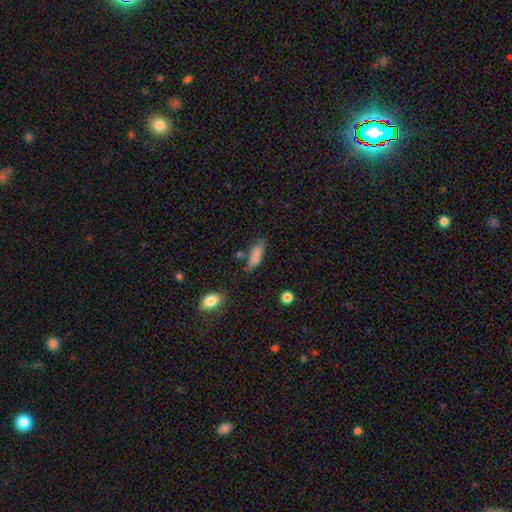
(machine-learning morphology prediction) Smooth or featured: smooth — 81% (featured or disk — 10%)
How rounded: in between — 57% (cigar-shaped — 41%)
Merging: none — 61% (minor disturbance — 25%)